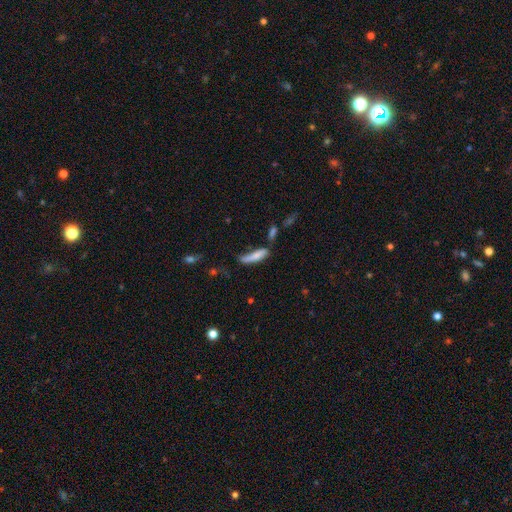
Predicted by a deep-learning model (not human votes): Smooth or featured? Predicted: smooth (p=0.73). How rounded? Predicted: cigar-shaped (p=0.71). Merging? Predicted: none (p=0.44).